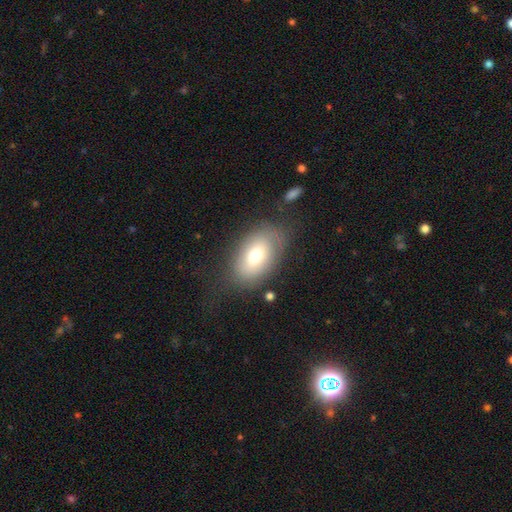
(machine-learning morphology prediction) Smooth or featured?
  - smooth: 68% *
  - featured or disk: 22%
  - star or artifact: 9%
How rounded?
  - in between: 87% *
  - round: 12%
  - cigar-shaped: 2%
Merging?
  - none: 71% *
  - minor disturbance: 17%
  - major disturbance: 9%
  - merger: 3%